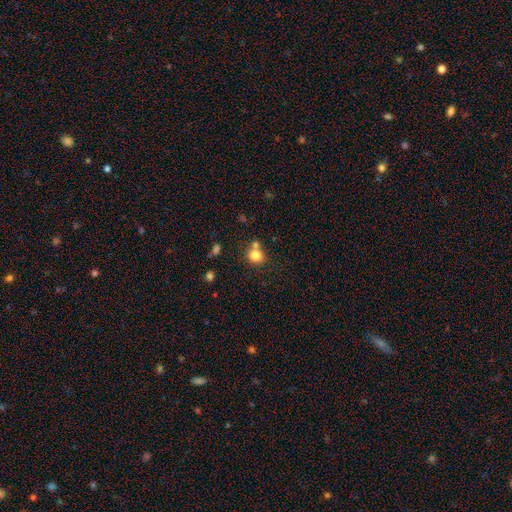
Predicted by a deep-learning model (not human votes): Overall: smooth (81%). How rounded: round (80%). Merging: none (58%; merger 28%).